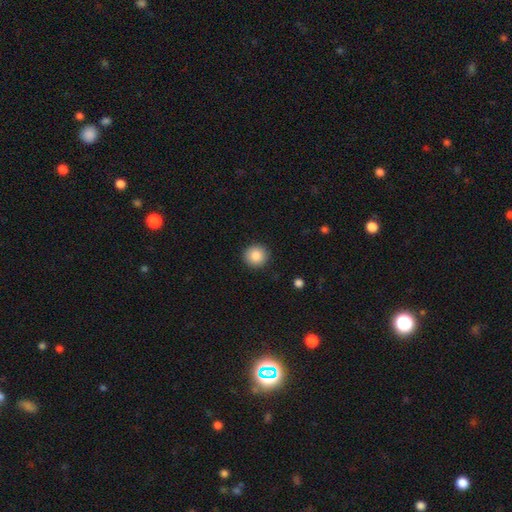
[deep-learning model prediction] This is clearly a smooth galaxy (86%). How rounded: clearly round (93%). Merging: clearly none (92%).